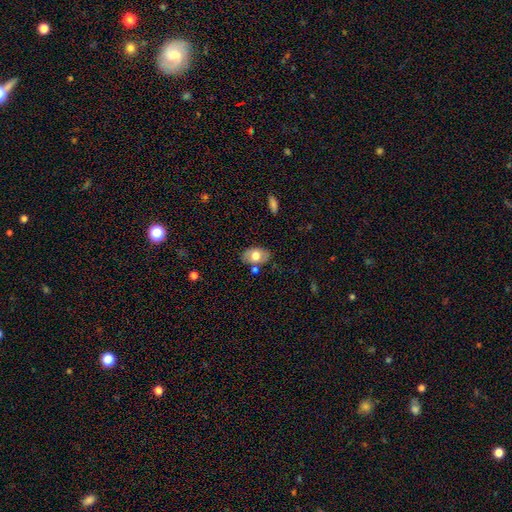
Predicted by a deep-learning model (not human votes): Smooth or featured? Predicted: smooth (p=0.68). How rounded? Predicted: in between (p=0.89). Merging? Predicted: none (p=0.76).